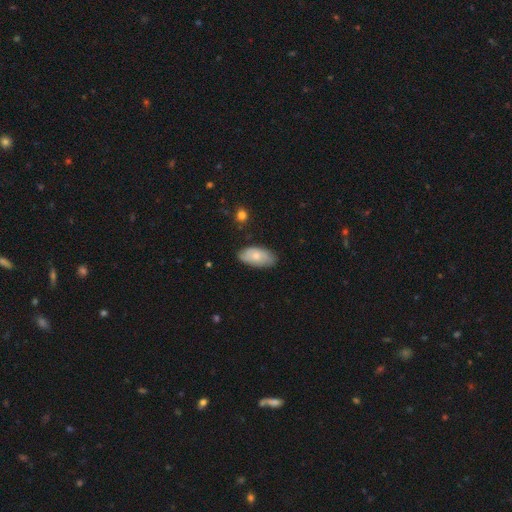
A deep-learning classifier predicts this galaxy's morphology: This appears to be a smooth galaxy with no disk features (68%) that is in between round and cigar-shaped (93%). Merging: none (73%).